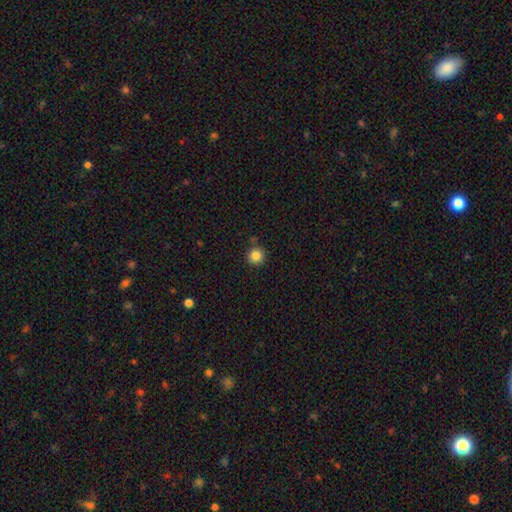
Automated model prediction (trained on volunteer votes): This is clearly a smooth galaxy (85%). How rounded: clearly round (94%). Merging: clearly none (85%).